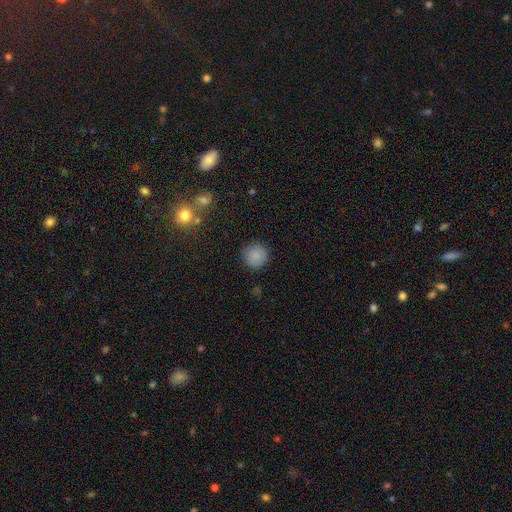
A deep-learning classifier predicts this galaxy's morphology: Q: Smooth or featured?
A: smooth (86%); runner-up: star or artifact (10%)
Q: How rounded?
A: round (95%); runner-up: in between (4%)
Q: Merging?
A: none (90%); runner-up: minor disturbance (6%)